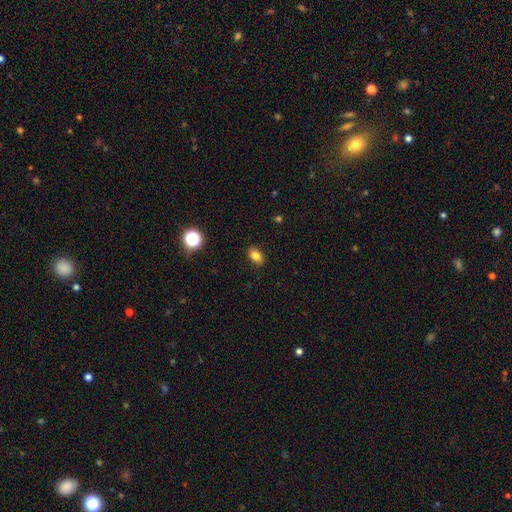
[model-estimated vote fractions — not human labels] The model was most divided on "how rounded": in between: 83%, round: 15%, cigar-shaped: 2%. More confident: merging — none (88%); smooth or featured — smooth (81%).